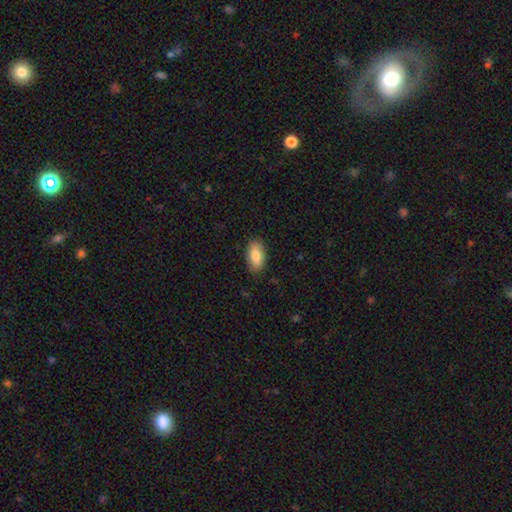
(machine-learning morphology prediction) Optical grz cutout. It shows a smooth galaxy with no disk features (83%) that is in between round and cigar-shaped (93%). Merging: none (87%).